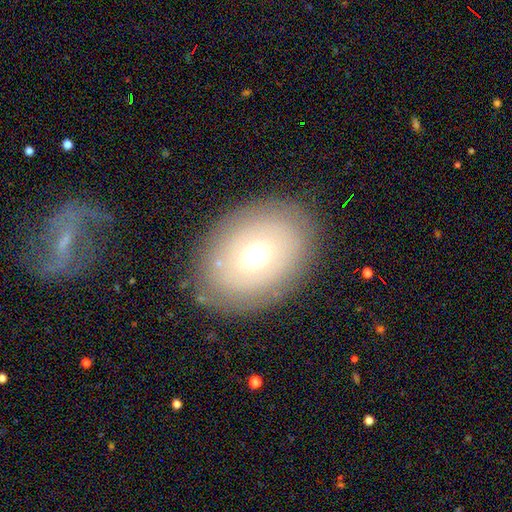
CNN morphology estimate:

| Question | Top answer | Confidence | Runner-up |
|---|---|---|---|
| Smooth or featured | smooth | 53% | featured or disk (37%) |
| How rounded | in between | 70% | round (29%) |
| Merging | none | 82% | minor disturbance (11%) |